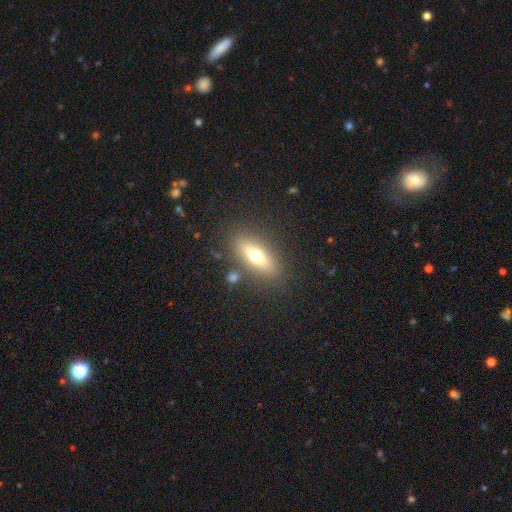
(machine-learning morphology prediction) A smooth galaxy with no disk features (63%) that is in between round and cigar-shaped (65%).

Vote fractions:
- Smooth or featured? smooth: 63% / featured or disk: 28% / star or artifact: 9%
- How rounded? in between: 65% / cigar-shaped: 30% / round: 4%
- Merging? none: 81% / minor disturbance: 11% / merger: 4% / major disturbance: 4%